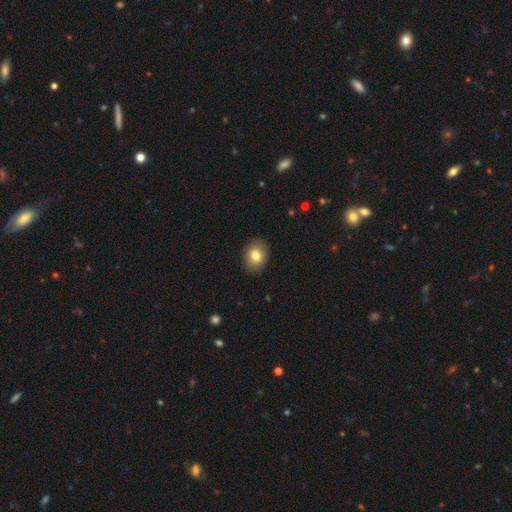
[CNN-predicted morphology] smooth-or-featured: smooth: 81% | featured or disk: 10% | star or artifact: 9%
  how-rounded: in between: 61% | round: 38% | cigar-shaped: 1%
  merging: none: 89% | minor disturbance: 8% | major disturbance: 2% | merger: 1%